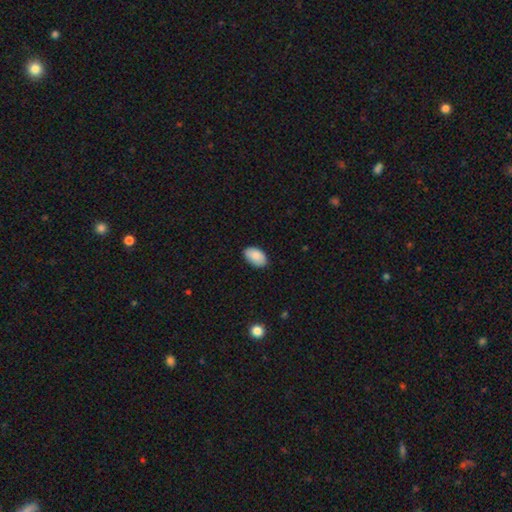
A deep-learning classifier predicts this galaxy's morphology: smooth 87%, featured or disk 7%, star or artifact 6%. Down the decision tree: how rounded — in between (94%); merging — none (85%).